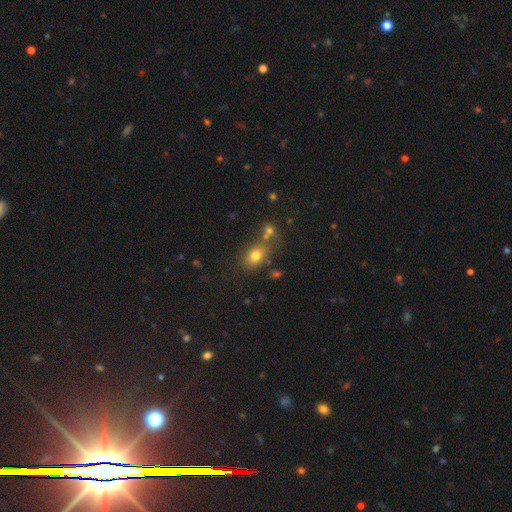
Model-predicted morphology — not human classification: This appears to be a smooth galaxy with no disk features (75%) that is in between round and cigar-shaped (70%). Merging: none (62%).